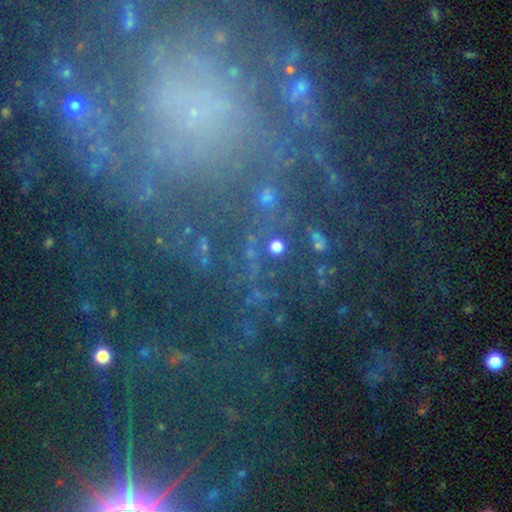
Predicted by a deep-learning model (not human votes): smooth-or-featured: featured or disk: 44% | star or artifact: 39% | smooth: 17%
  merging: none: 66% | minor disturbance: 15% | major disturbance: 14% | merger: 5%